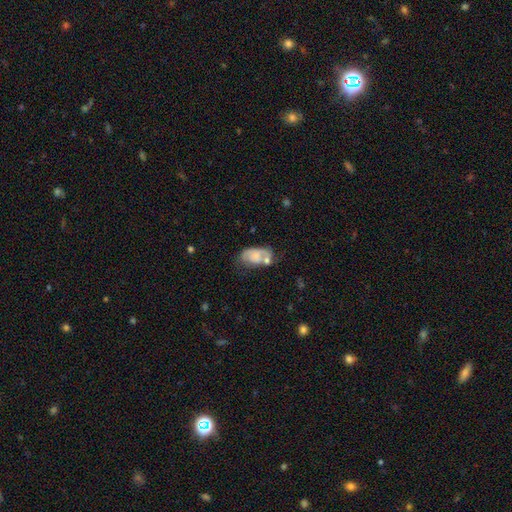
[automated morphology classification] Smooth or featured? Predicted: smooth (p=0.58). How rounded? Predicted: in between (p=0.91). Merging? Predicted: none (p=0.32).